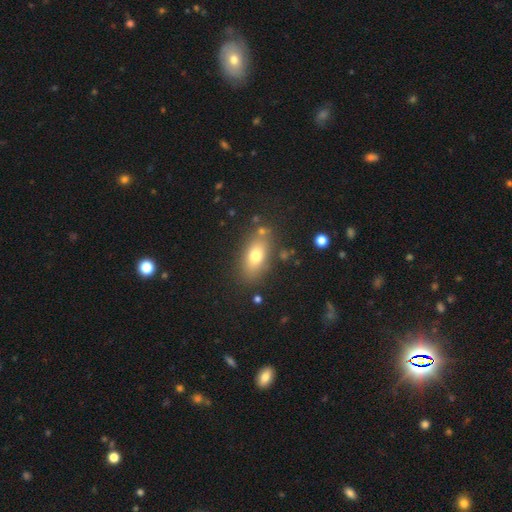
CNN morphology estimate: This appears to be a smooth galaxy with no disk features (73%) that is in between round and cigar-shaped (83%). Merging: none (80%).